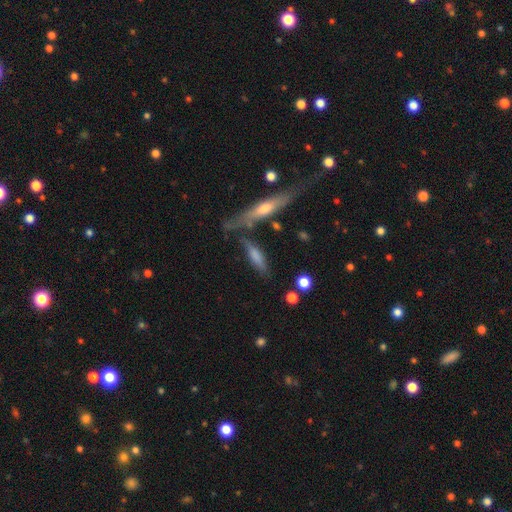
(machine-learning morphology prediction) smooth_or_featured: smooth (p=0.65) [alt: featured or disk p=0.28]
how_rounded: cigar-shaped (p=0.67) [alt: in between p=0.30]
merging: none (p=0.57) [alt: minor disturbance p=0.20]